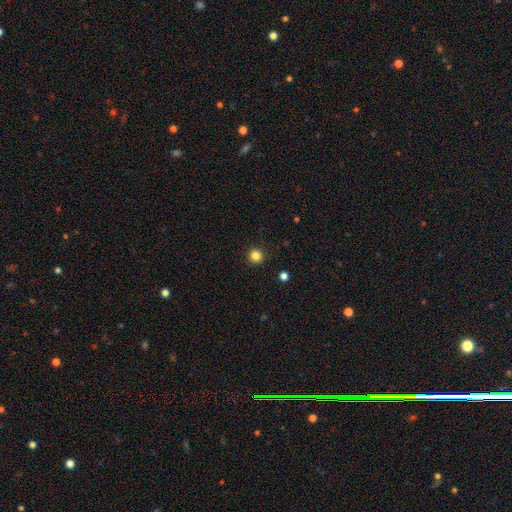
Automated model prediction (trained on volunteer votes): Smooth or featured?
  - smooth: 84% *
  - star or artifact: 12%
  - featured or disk: 4%
How rounded?
  - round: 95% *
  - in between: 4%
  - cigar-shaped: 1%
Merging?
  - none: 93% *
  - minor disturbance: 4%
  - major disturbance: 2%
  - merger: 1%